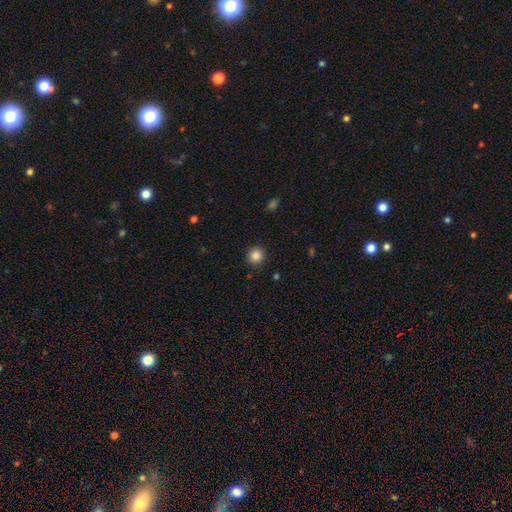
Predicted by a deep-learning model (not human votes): Smooth or featured: smooth — 86% (star or artifact — 11%)
How rounded: round — 94% (in between — 5%)
Merging: none — 90% (minor disturbance — 7%)